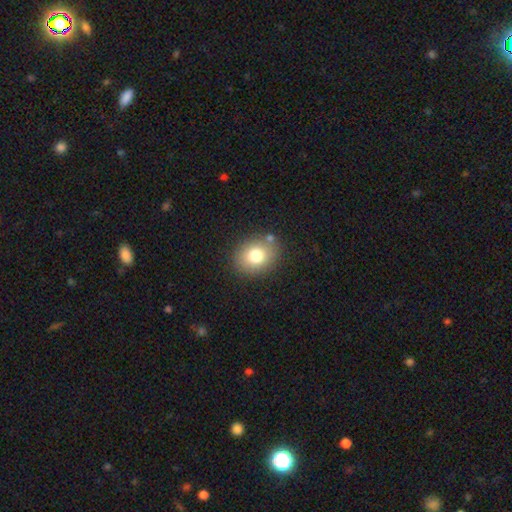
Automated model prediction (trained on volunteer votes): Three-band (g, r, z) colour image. It shows a smooth galaxy with no disk features (77%) that is round (53%). Merging: none (82%).